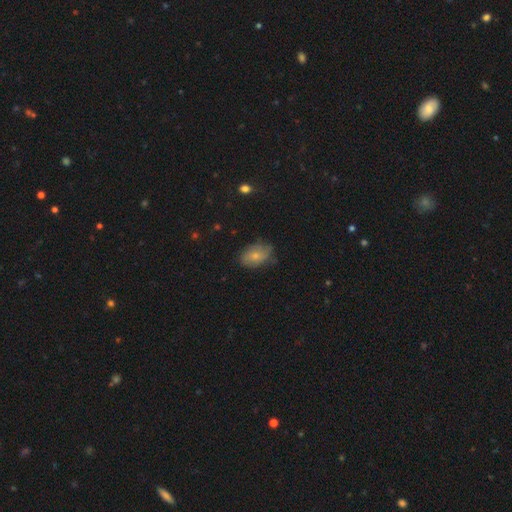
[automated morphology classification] type=smooth (72%); roundness=in between (85%); merging=none (70%).